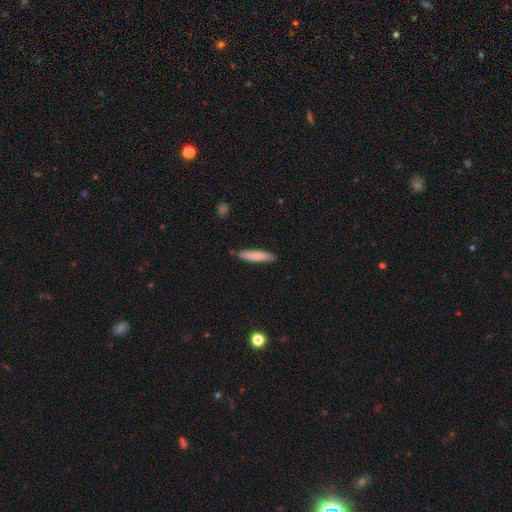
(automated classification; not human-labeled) A smooth galaxy with no disk features (80%) that is cigar-shaped (83%).

Vote fractions:
- Smooth or featured? smooth: 80% / featured or disk: 15% / star or artifact: 6%
- How rounded? cigar-shaped: 83% / in between: 15% / round: 1%
- Merging? none: 84% / minor disturbance: 12% / merger: 2% / major disturbance: 2%